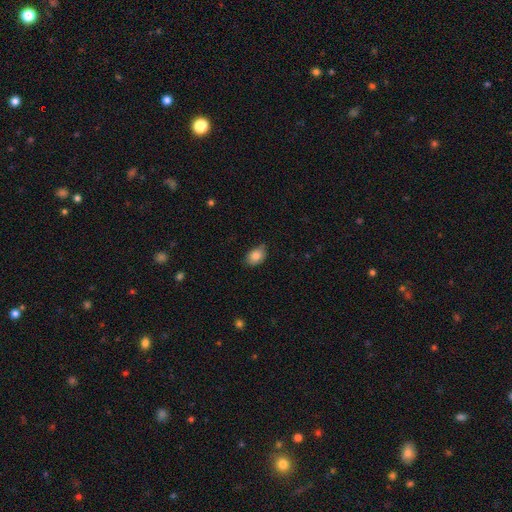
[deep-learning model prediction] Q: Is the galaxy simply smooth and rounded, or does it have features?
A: smooth — 85%.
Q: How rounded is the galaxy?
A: in between — 83%.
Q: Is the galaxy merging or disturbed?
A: none — 73%.